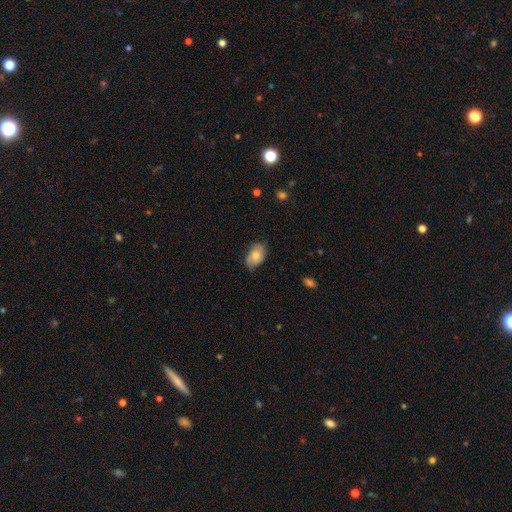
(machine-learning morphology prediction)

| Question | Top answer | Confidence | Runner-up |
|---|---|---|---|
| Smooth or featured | smooth | 71% | featured or disk (22%) |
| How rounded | in between | 90% | round (8%) |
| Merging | none | 74% | minor disturbance (21%) |